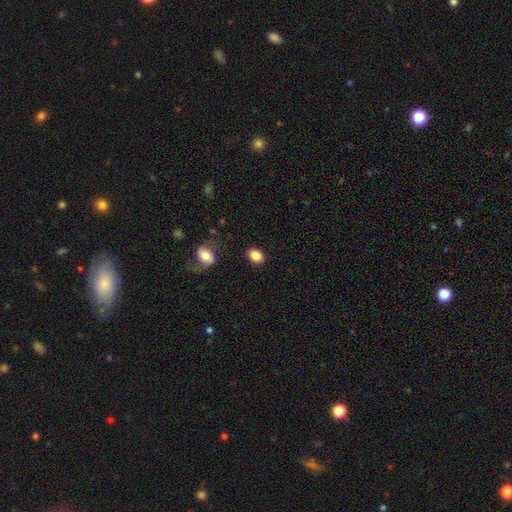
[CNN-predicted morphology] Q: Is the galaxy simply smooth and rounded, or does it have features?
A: smooth — 85%.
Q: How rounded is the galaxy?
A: in between — 71%.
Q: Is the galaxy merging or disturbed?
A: none — 85%.